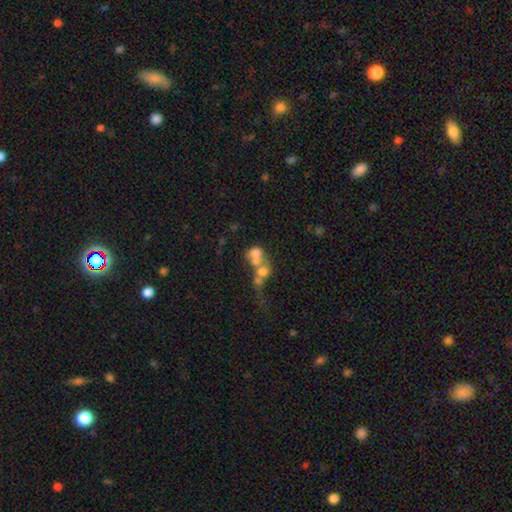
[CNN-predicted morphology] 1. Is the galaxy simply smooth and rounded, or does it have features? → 55% smooth, 30% featured or disk, 15% star or artifact.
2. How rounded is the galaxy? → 55% round, 42% in between, 2% cigar-shaped.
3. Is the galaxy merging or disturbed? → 68% merger, 17% none, 10% major disturbance, 6% minor disturbance.